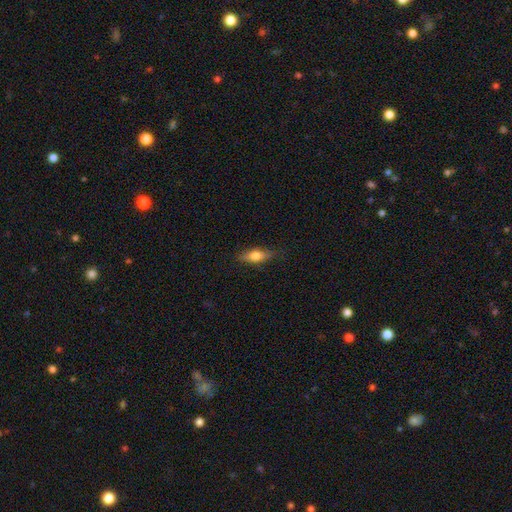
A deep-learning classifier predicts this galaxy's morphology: Smooth or featured? Predicted: smooth (p=0.63). How rounded? Predicted: in between (p=0.62). Merging? Predicted: none (p=0.82).